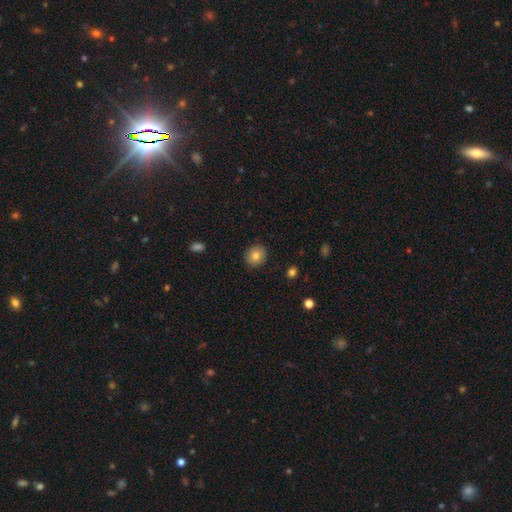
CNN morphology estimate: Smooth or featured? Predicted: smooth (p=0.81). How rounded? Predicted: round (p=0.82). Merging? Predicted: none (p=0.89).